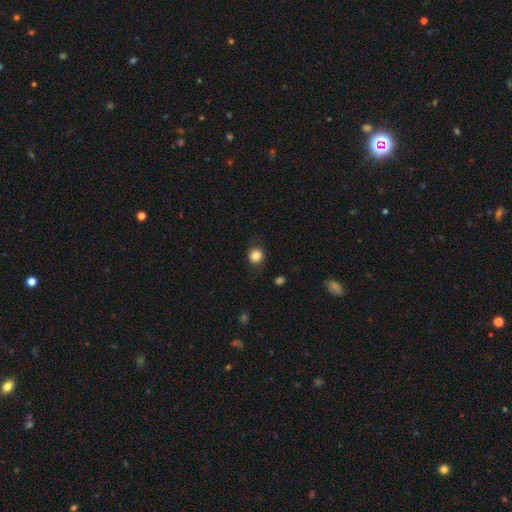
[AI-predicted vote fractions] Smooth or featured: smooth — 84% (star or artifact — 10%)
How rounded: round — 83% (in between — 16%)
Merging: none — 80% (minor disturbance — 14%)